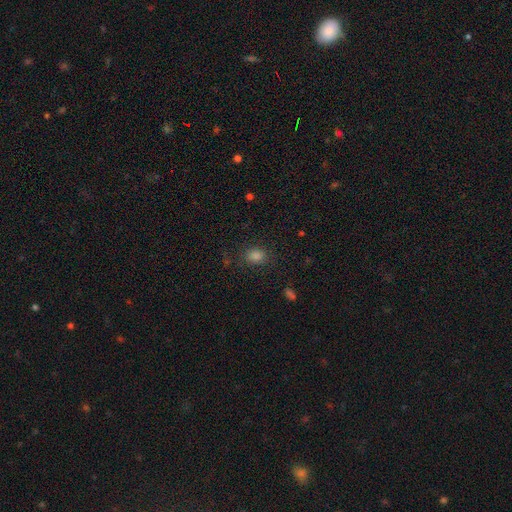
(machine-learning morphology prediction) smooth 79%, star or artifact 16%, featured or disk 5%. Down the decision tree: how rounded — in between (56%); merging — none (83%).